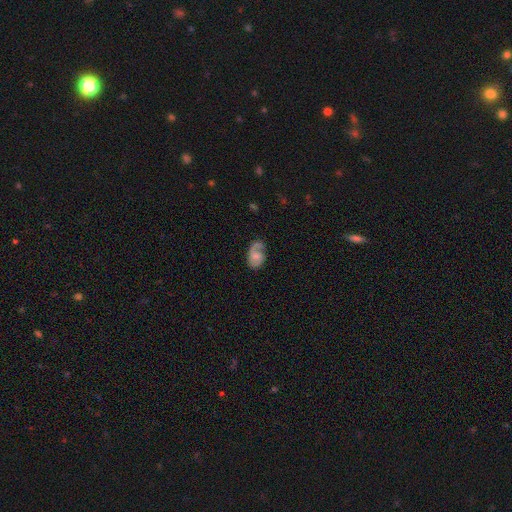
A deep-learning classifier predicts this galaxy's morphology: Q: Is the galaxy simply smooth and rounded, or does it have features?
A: featured or disk — 65%.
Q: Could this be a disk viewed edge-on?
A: no — 97%.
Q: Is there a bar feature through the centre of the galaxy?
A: no — 61%.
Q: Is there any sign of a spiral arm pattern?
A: yes — 89%.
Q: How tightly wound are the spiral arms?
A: medium — 41%.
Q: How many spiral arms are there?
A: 1 — 49%.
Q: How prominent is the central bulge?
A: small — 50%.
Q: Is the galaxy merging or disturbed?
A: none — 51%.